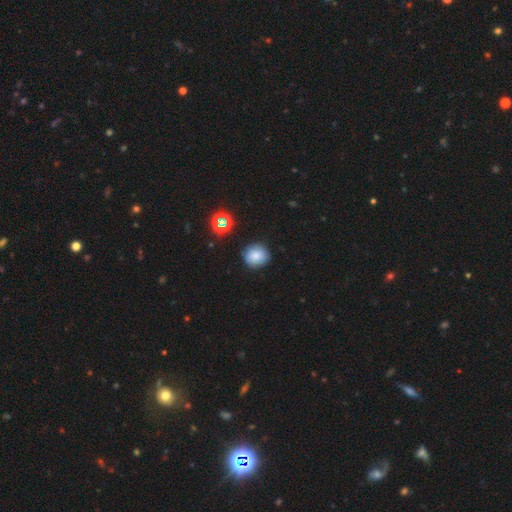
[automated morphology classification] A smooth galaxy with no disk features (81%) that is round (88%). Merging: none (86%).